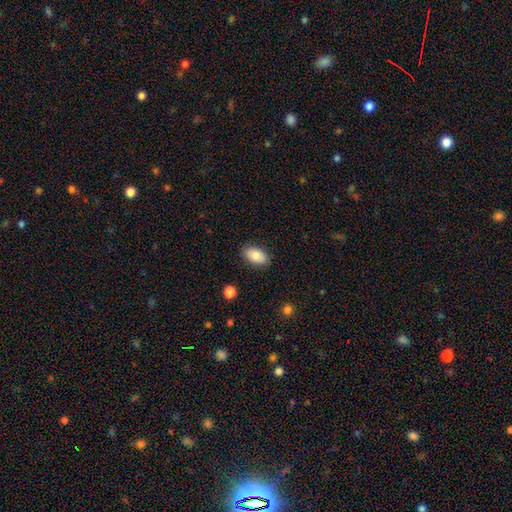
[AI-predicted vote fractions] This is clearly a smooth galaxy (83%). How rounded: clearly in between (93%). Merging: clearly none (87%).